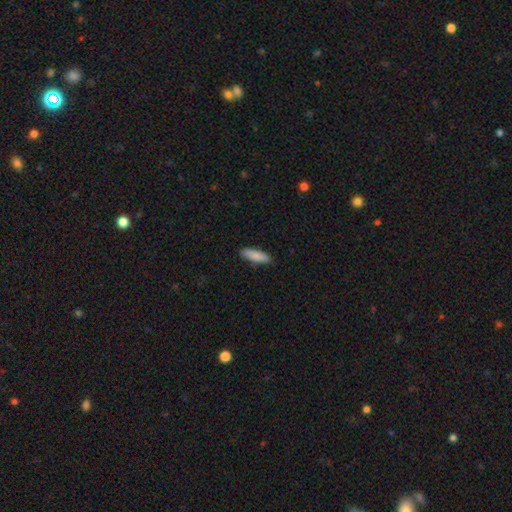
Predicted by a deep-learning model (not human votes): The model was most divided on "how rounded": cigar-shaped: 54%, in between: 45%, round: 2%. More confident: merging — none (87%); smooth or featured — smooth (86%).